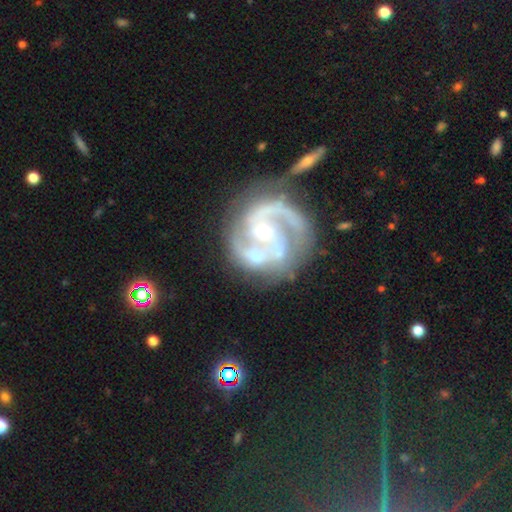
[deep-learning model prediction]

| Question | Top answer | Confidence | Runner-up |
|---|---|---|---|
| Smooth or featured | featured or disk | 89% | smooth (6%) |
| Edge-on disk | no | 98% | yes (2%) |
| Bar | no | 45% | weak (38%) |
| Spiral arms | yes | 96% | no (4%) |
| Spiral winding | medium | 54% | tight (30%) |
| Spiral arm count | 2 | 70% | 3 (12%) |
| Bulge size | small | 50% | moderate (45%) |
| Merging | none | 61% | minor disturbance (18%) |